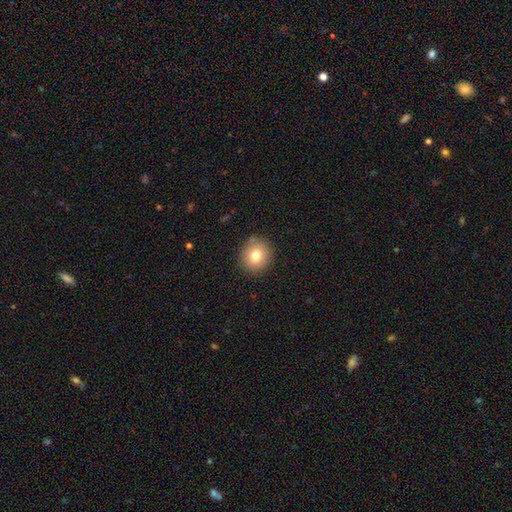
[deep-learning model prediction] Smooth or featured? Predicted: smooth (p=0.78). How rounded? Predicted: round (p=0.85). Merging? Predicted: none (p=0.87).